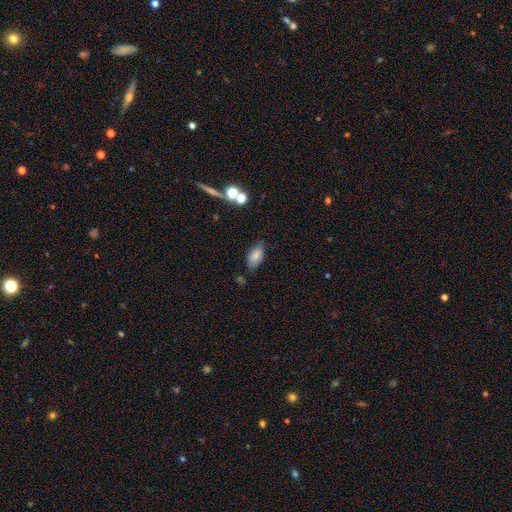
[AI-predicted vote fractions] Smooth or featured? Predicted: smooth (p=0.79). How rounded? Predicted: in between (p=0.93). Merging? Predicted: none (p=0.70).